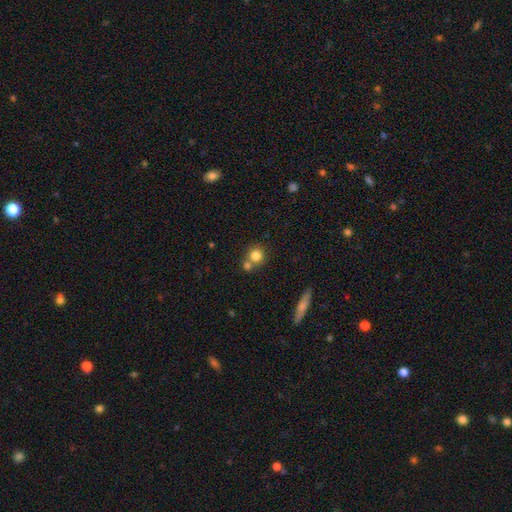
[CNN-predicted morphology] Smooth or featured? Predicted: smooth (p=0.80). How rounded? Predicted: round (p=0.87). Merging? Predicted: none (p=0.52).